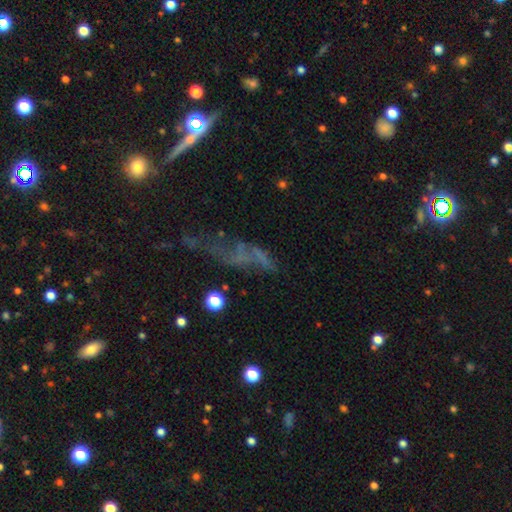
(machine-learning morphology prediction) Smooth or featured? Predicted: featured or disk (p=0.45). Merging? Predicted: major disturbance (p=0.37).